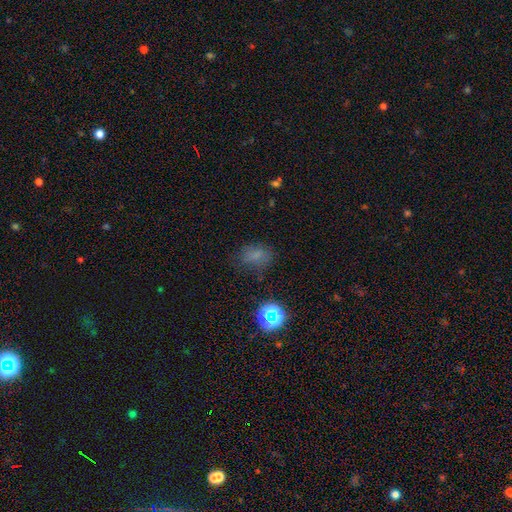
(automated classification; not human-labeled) smooth 66%, star or artifact 23%, featured or disk 11%. Down the decision tree: how rounded — in between (68%); merging — none (66%).